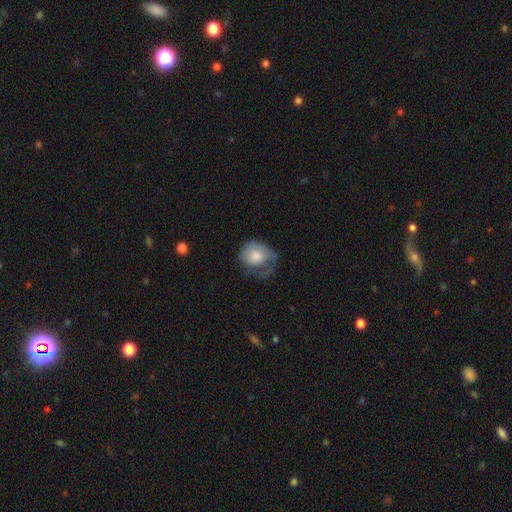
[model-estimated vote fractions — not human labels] Morphology: type=smooth (64%); roundness=round (65%); merging=major disturbance (38%).